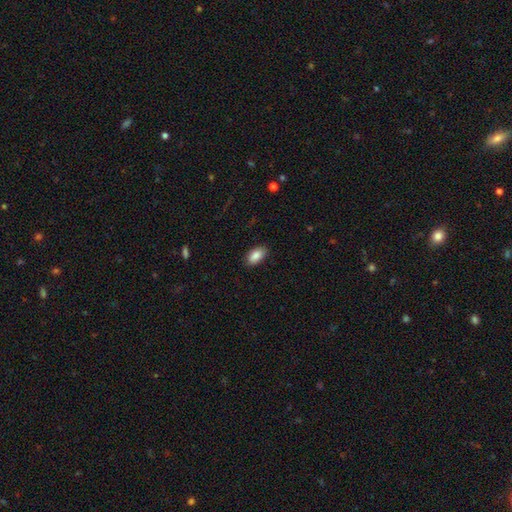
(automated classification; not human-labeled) smooth_or_featured: smooth (p=0.87) [alt: star or artifact p=0.07]
how_rounded: in between (p=0.94) [alt: round p=0.04]
merging: none (p=0.87) [alt: minor disturbance p=0.09]